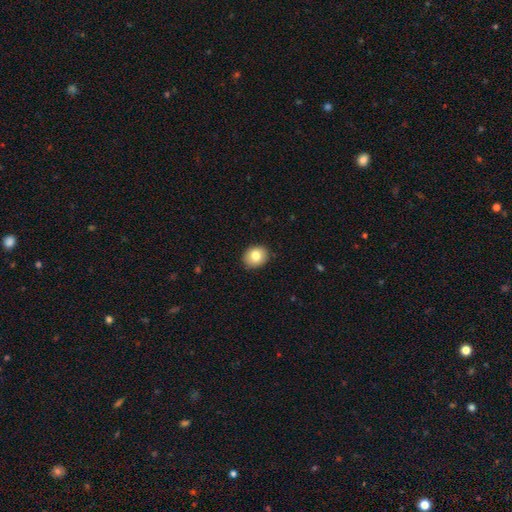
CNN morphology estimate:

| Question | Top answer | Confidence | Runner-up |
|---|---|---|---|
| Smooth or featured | smooth | 80% | featured or disk (11%) |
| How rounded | round | 61% | in between (39%) |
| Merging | none | 89% | minor disturbance (8%) |